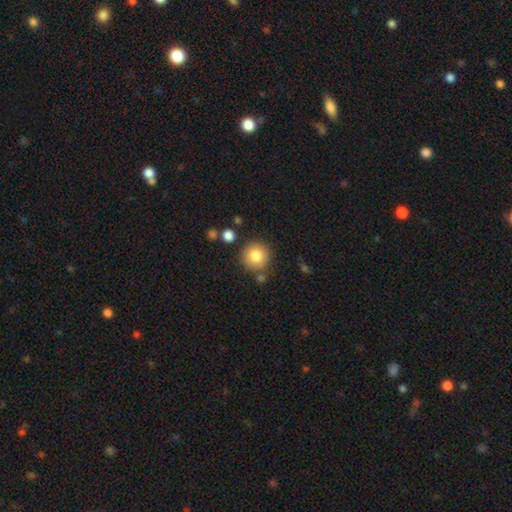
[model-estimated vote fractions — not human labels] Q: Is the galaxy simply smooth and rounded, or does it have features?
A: smooth — 81%.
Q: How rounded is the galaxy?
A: round — 92%.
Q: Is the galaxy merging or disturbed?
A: none — 79%.